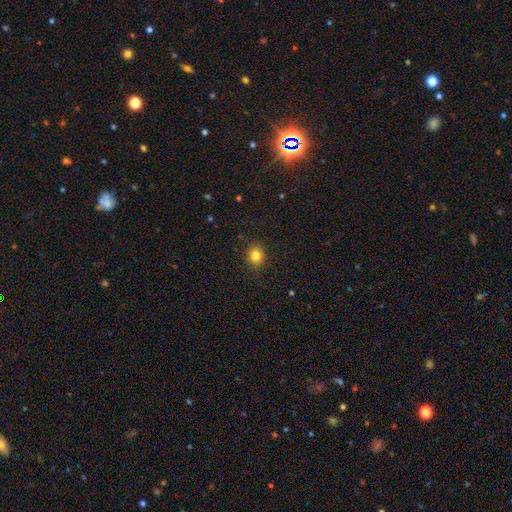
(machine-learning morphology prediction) Smooth or featured? Predicted: smooth (p=0.83). How rounded? Predicted: round (p=0.77). Merging? Predicted: none (p=0.89).